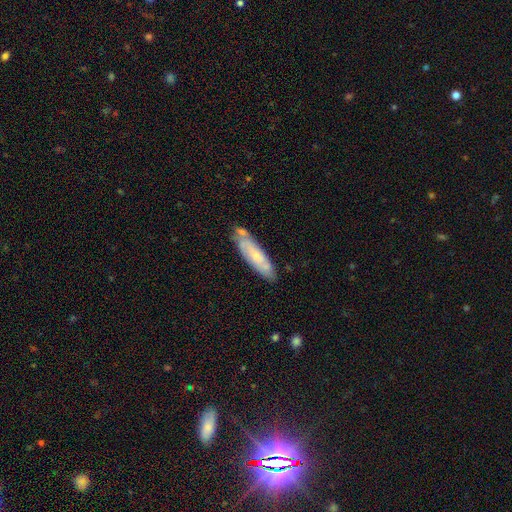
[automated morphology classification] Overall: smooth (47%, tied with featured or disk). Merging: none (68%).